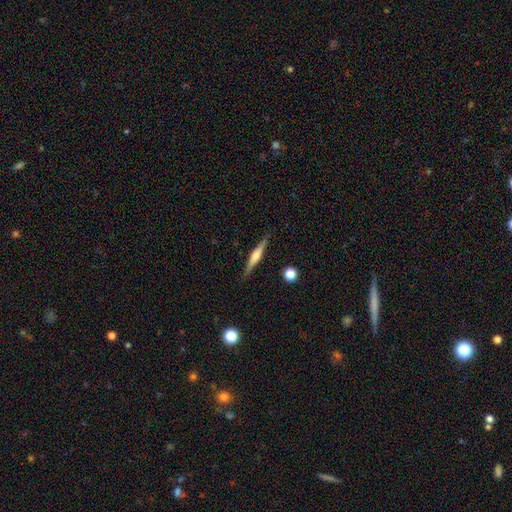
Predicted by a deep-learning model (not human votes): Morphology: type=featured or disk (61%); edge-on=yes (97%); edge-on bulge=rounded (68%); merging=none (88%).